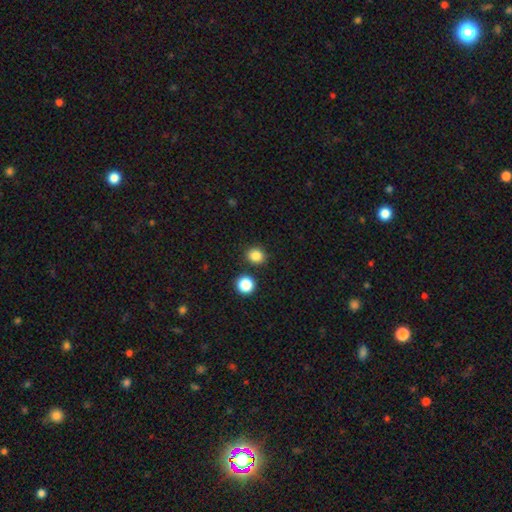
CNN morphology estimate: This is clearly a smooth galaxy (83%). How rounded: clearly round (81%). Merging: clearly none (86%).